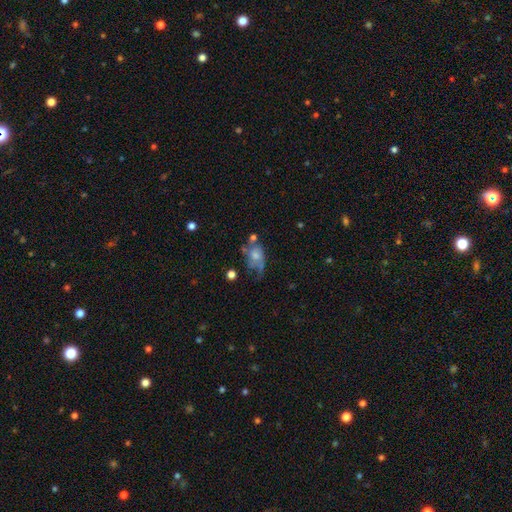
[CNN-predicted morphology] Smooth or featured? Predicted: smooth (p=0.50). Merging? Predicted: major disturbance (p=0.35).